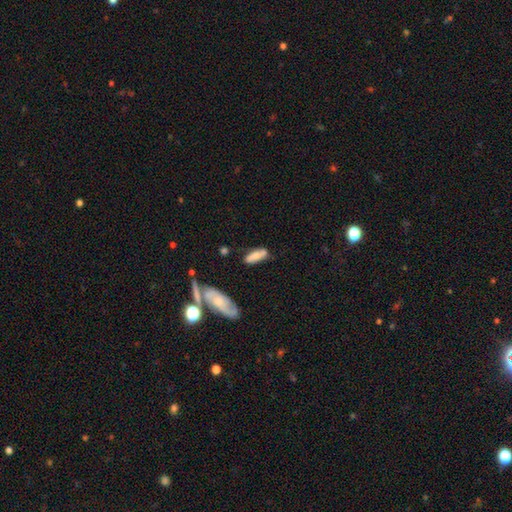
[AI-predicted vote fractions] Q: Smooth or featured?
A: smooth (67%); runner-up: featured or disk (26%)
Q: How rounded?
A: in between (64%); runner-up: cigar-shaped (33%)
Q: Merging?
A: none (64%); runner-up: minor disturbance (22%)